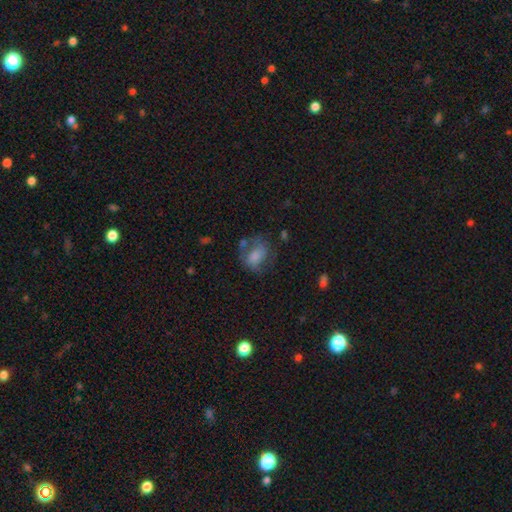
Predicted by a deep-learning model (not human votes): smooth_or_featured: smooth (p=0.55) [alt: featured or disk p=0.35]
how_rounded: in between (p=0.56) [alt: round p=0.42]
merging: none (p=0.43) [alt: minor disturbance p=0.26]